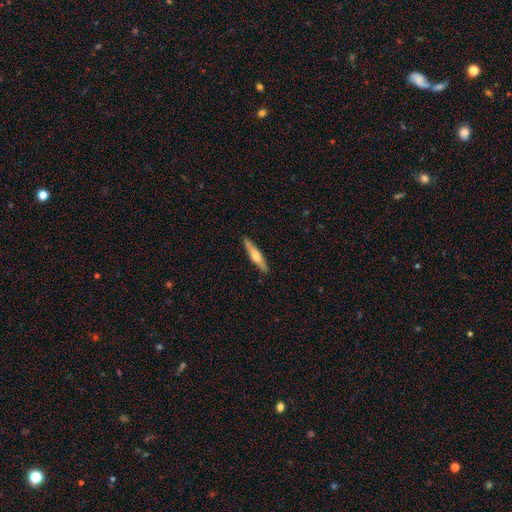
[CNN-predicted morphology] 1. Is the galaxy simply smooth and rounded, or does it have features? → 50% smooth, 45% featured or disk, 5% star or artifact.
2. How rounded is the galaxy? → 88% cigar-shaped, 10% in between, 2% round.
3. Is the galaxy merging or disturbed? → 89% none, 8% minor disturbance, 2% major disturbance, 1% merger.